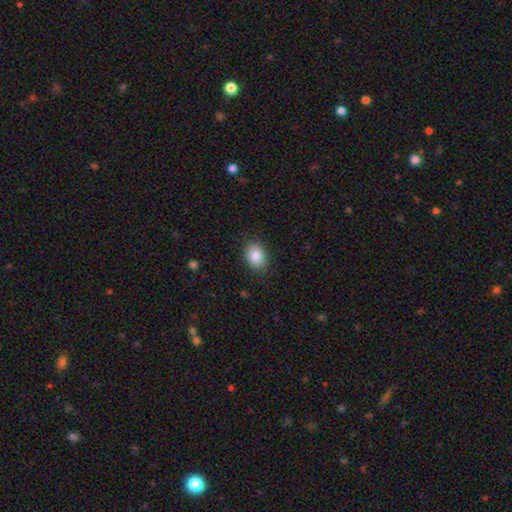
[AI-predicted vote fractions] A smooth galaxy with no disk features (85%) that is in between round and cigar-shaped (63%).

Vote fractions:
- Smooth or featured? smooth: 85% / star or artifact: 8% / featured or disk: 7%
- How rounded? in between: 63% / round: 36% / cigar-shaped: 1%
- Merging? none: 86% / minor disturbance: 10% / major disturbance: 3% / merger: 1%